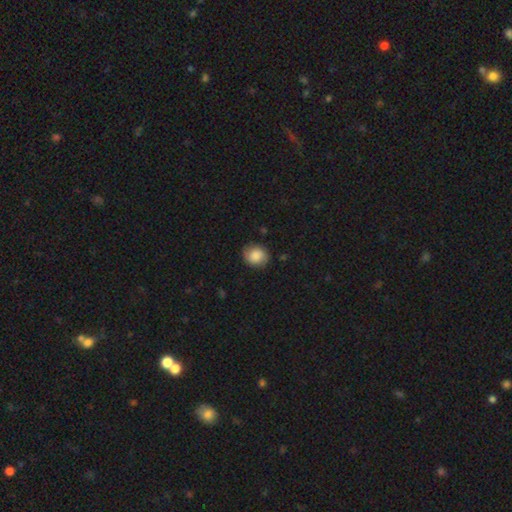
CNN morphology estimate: Overall: smooth (76%). How rounded: round (75%). Merging: none (79%).